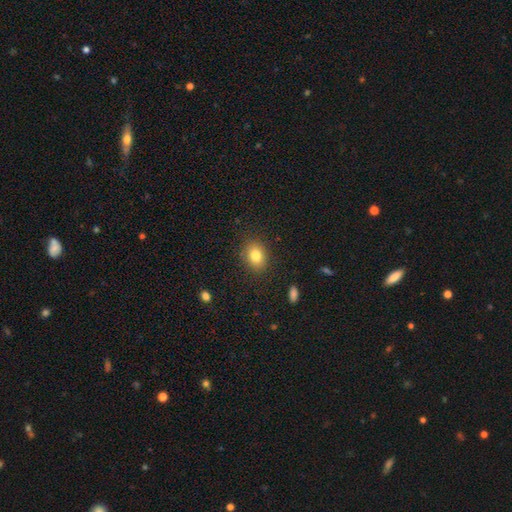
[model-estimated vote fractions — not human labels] smooth_or_featured: smooth (p=0.81) [alt: star or artifact p=0.10]
how_rounded: in between (p=0.61) [alt: round p=0.38]
merging: none (p=0.87) [alt: minor disturbance p=0.09]